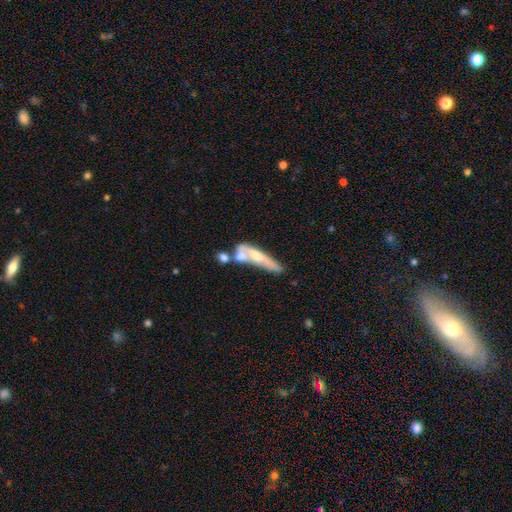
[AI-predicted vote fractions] smooth_or_featured: featured or disk (p=0.48) [alt: smooth p=0.44]
merging: merger (p=0.46) [alt: none p=0.22]